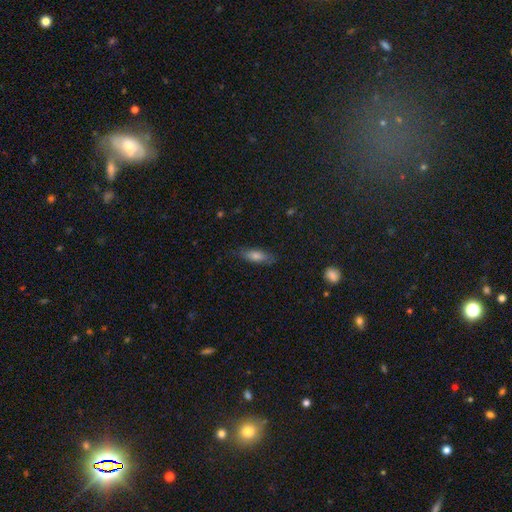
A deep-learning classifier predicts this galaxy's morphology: smooth 71%, featured or disk 19%, star or artifact 10%. Down the decision tree: how rounded — in between (60%); merging — none (80%).